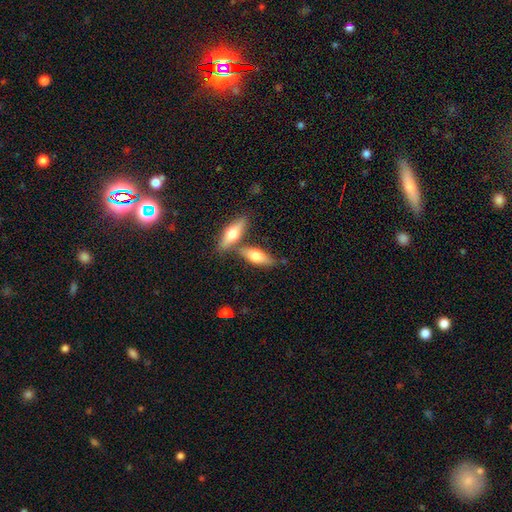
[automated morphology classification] smooth 59%, featured or disk 34%, star or artifact 6%. Down the decision tree: how rounded — in between (63%); merging — none (58%).